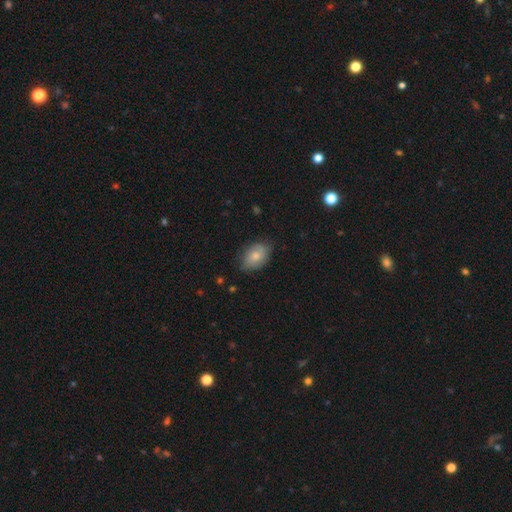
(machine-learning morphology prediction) This appears to be a smooth galaxy with no disk features (68%) that is in between round and cigar-shaped (85%). Merging: none (70%).